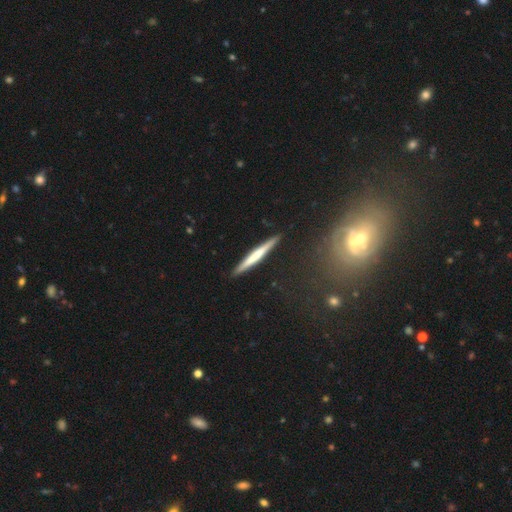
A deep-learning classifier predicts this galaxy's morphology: Smooth or featured?
  - featured or disk: 48% *
  - smooth: 46%
  - star or artifact: 6%
Merging?
  - none: 90% *
  - minor disturbance: 7%
  - major disturbance: 1%
  - merger: 1%